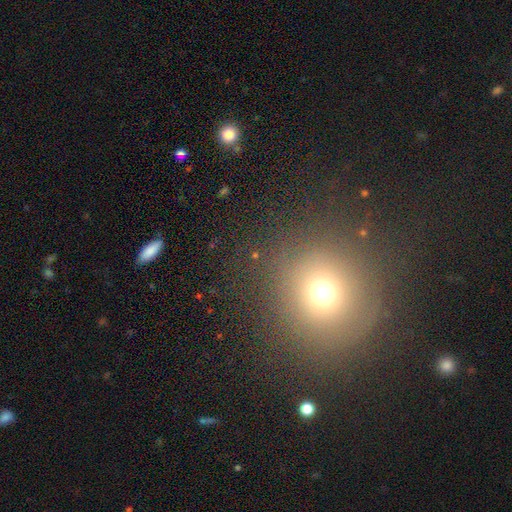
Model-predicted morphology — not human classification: Overall: smooth (56%; star or artifact 33%). How rounded: round (84%). Merging: none (84%).